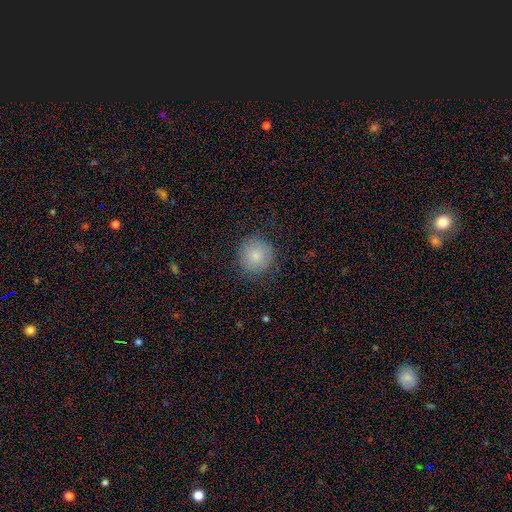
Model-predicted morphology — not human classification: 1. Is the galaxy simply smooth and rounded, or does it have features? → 81% smooth, 10% featured or disk, 9% star or artifact.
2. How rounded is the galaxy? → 91% round, 8% in between, 1% cigar-shaped.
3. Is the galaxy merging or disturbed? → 81% none, 14% minor disturbance, 4% major disturbance, 1% merger.